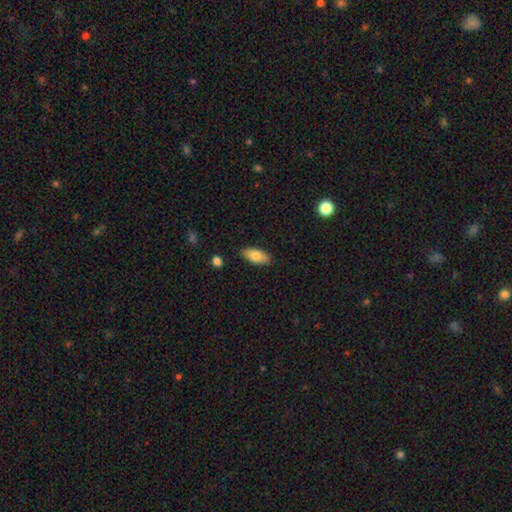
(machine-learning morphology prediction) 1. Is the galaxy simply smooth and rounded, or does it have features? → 78% smooth, 15% featured or disk, 7% star or artifact.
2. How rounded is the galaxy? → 87% in between, 10% cigar-shaped, 3% round.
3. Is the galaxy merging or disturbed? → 87% none, 10% minor disturbance, 2% major disturbance, 1% merger.